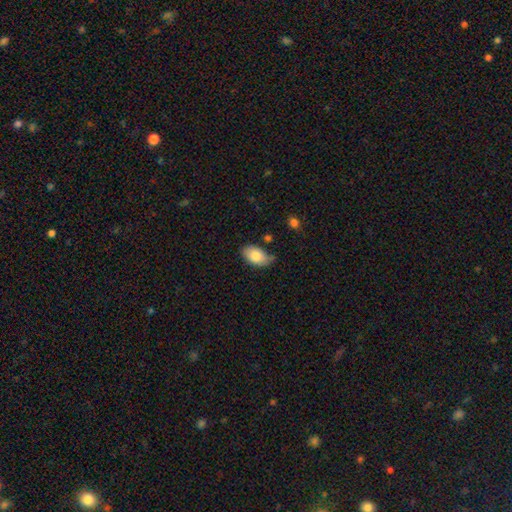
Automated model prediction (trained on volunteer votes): smooth-or-featured: smooth: 83% | featured or disk: 11% | star or artifact: 7%
  how-rounded: in between: 92% | round: 7% | cigar-shaped: 1%
  merging: none: 66% | minor disturbance: 25% | major disturbance: 5% | merger: 5%